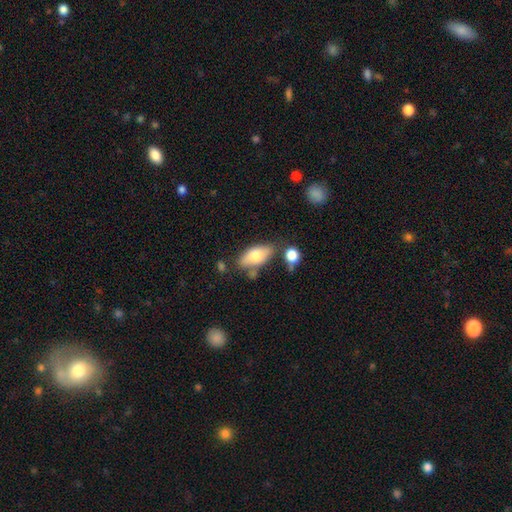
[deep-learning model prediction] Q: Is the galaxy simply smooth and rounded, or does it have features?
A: smooth — 72%.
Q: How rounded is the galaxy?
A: in between — 89%.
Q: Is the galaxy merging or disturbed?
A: none — 64%.